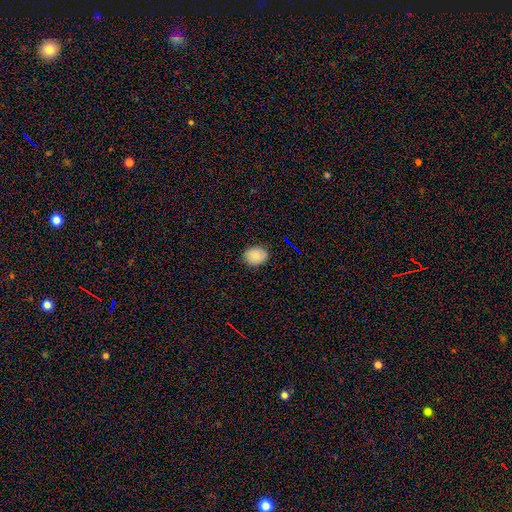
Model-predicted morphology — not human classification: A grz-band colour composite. It shows a smooth galaxy with no disk features (81%) that is round (50%). Merging: none (85%).